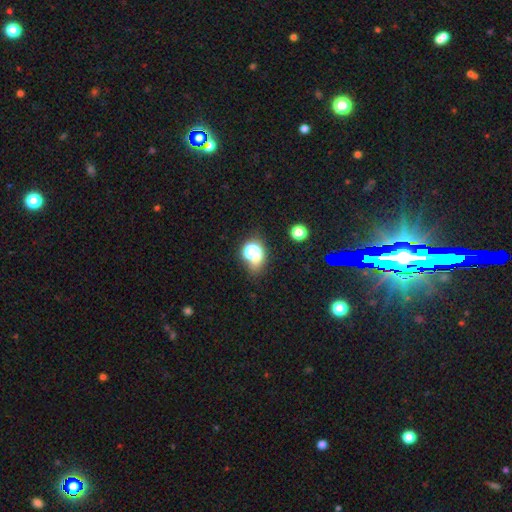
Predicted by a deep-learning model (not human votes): Smooth or featured? Predicted: smooth (p=0.65). How rounded? Predicted: in between (p=0.57). Merging? Predicted: none (p=0.35).